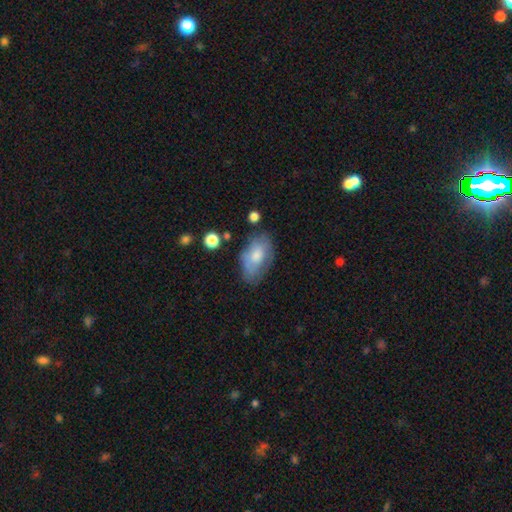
smooth 59%, featured or disk 33%, star or artifact 8%. Down the decision tree: how rounded — in between (96%); merging — none (42%).